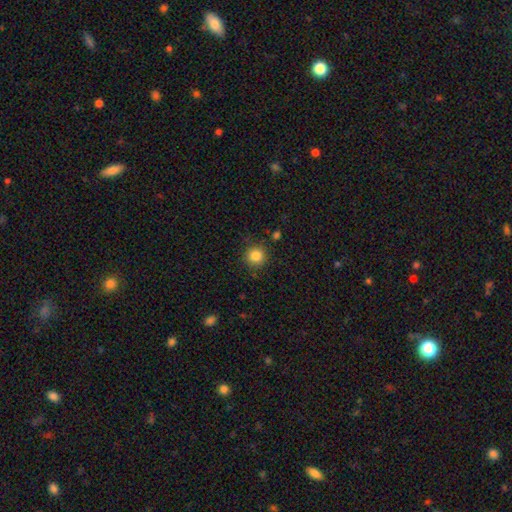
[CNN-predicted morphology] The model was most divided on "smooth or featured": smooth: 84%, star or artifact: 11%, featured or disk: 5%. More confident: how rounded — round (94%); merging — none (87%).